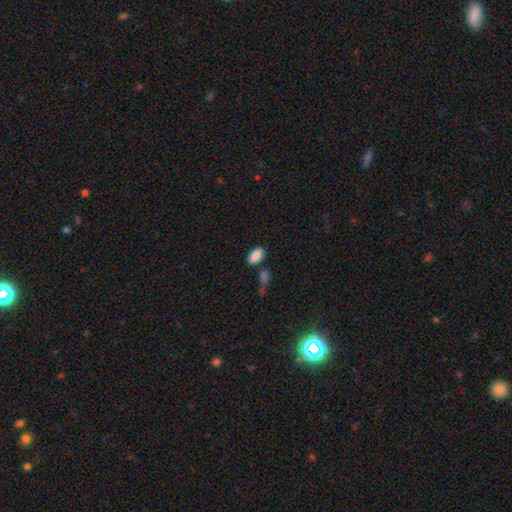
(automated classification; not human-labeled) Smooth or featured?
  - smooth: 88% *
  - star or artifact: 8%
  - featured or disk: 4%
How rounded?
  - in between: 94% *
  - round: 4%
  - cigar-shaped: 2%
Merging?
  - none: 75% *
  - minor disturbance: 13%
  - merger: 9%
  - major disturbance: 4%